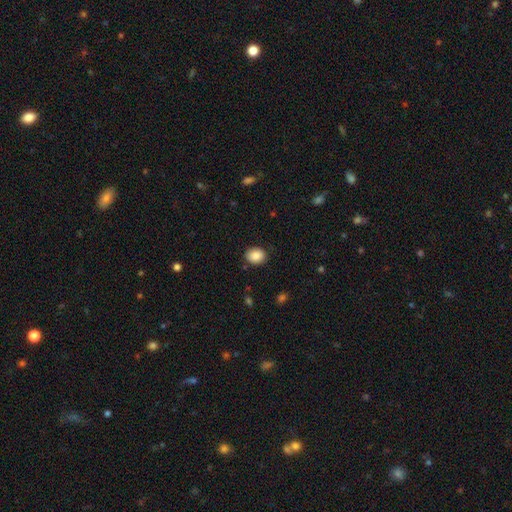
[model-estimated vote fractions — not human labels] Q: Smooth or featured?
A: smooth (88%); runner-up: star or artifact (8%)
Q: How rounded?
A: in between (56%); runner-up: round (43%)
Q: Merging?
A: none (85%); runner-up: minor disturbance (11%)